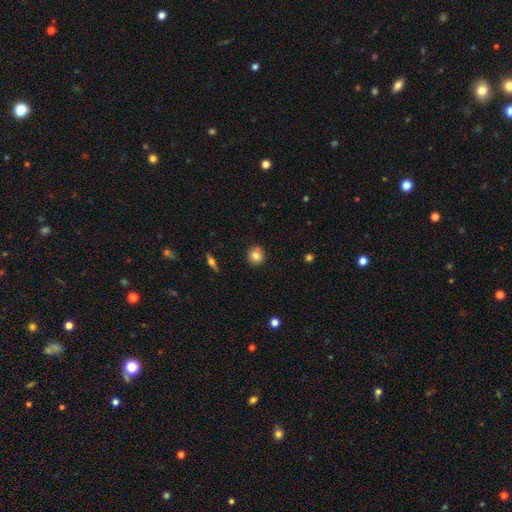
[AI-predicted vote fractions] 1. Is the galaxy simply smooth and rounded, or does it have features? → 82% smooth, 9% star or artifact, 8% featured or disk.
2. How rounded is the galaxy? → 90% round, 9% in between, 1% cigar-shaped.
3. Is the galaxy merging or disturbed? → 88% none, 9% minor disturbance, 2% major disturbance, 2% merger.